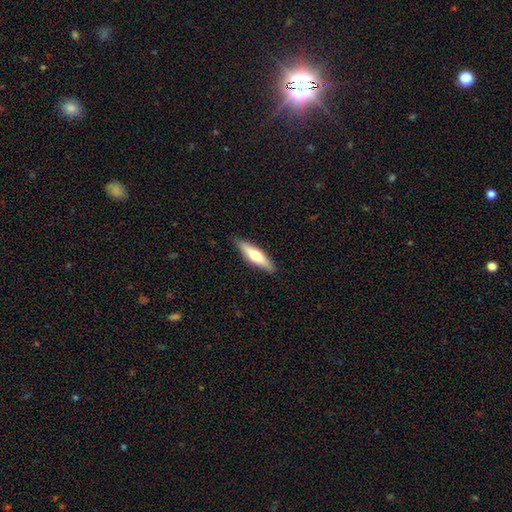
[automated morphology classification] smooth 56%, featured or disk 39%, star or artifact 5%. Down the decision tree: how rounded — cigar-shaped (72%); merging — none (89%).